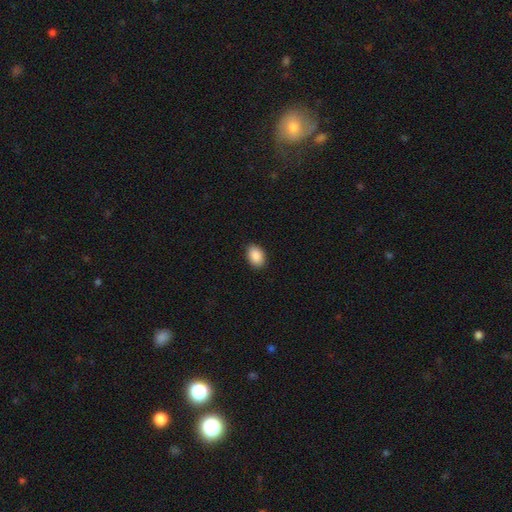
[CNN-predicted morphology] A smooth galaxy with no disk features (90%) that is in between round and cigar-shaped (85%). Merging: none (90%).